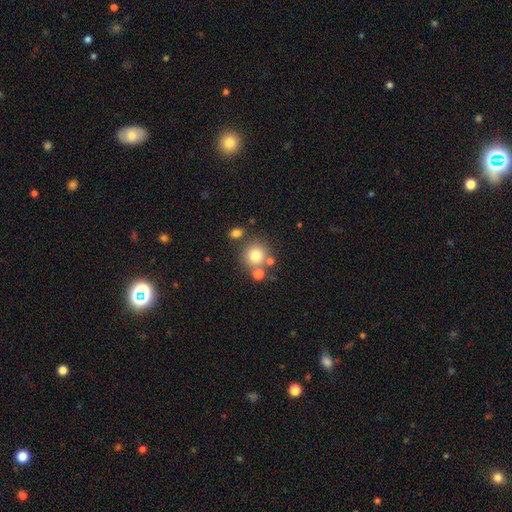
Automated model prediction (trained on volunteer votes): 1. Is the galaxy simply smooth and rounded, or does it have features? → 76% smooth, 13% star or artifact, 12% featured or disk.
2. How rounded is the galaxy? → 90% round, 10% in between, 1% cigar-shaped.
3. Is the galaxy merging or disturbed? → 67% none, 20% merger, 10% minor disturbance, 4% major disturbance.